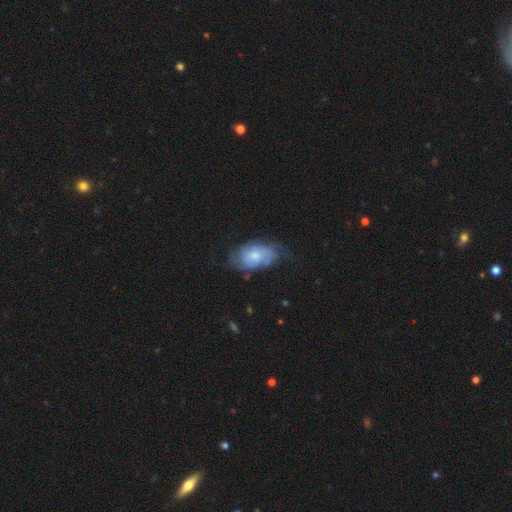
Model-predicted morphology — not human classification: A featured or disk galaxy (60%) with no bar (74%), spiral arms (80%) and a moderate central bulge (52%). Merging: none (46%).